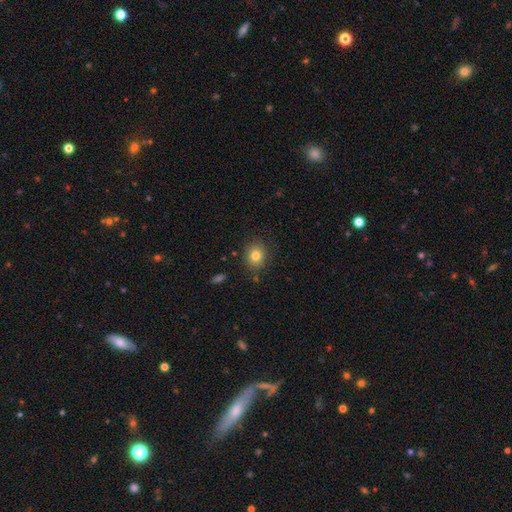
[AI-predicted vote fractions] Smooth or featured? Predicted: smooth (p=0.80). How rounded? Predicted: round (p=0.69). Merging? Predicted: none (p=0.85).